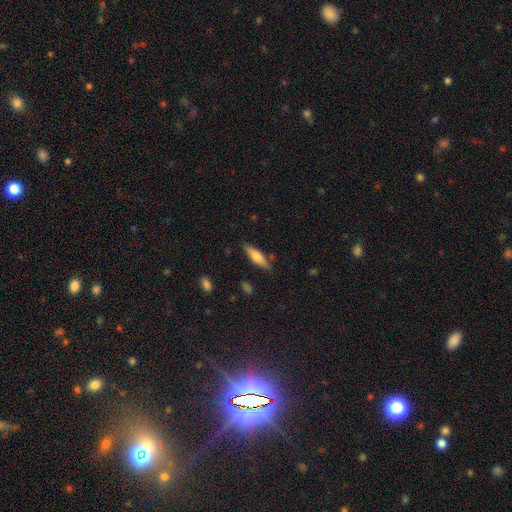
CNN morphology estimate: The model was most divided on "how rounded": cigar-shaped: 60%, in between: 38%, round: 2%. More confident: merging — none (82%); smooth or featured — smooth (62%).